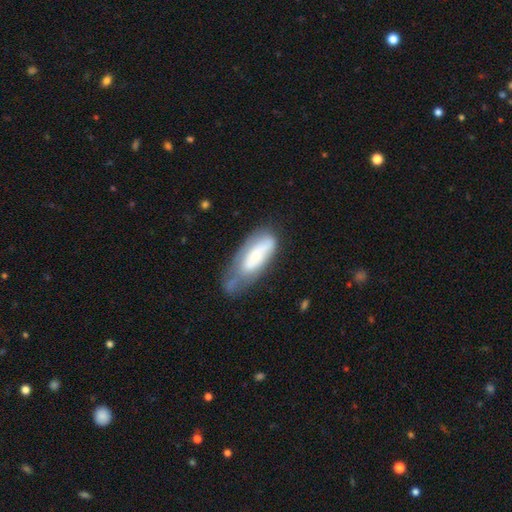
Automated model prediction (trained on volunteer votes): This appears to be a featured or disk galaxy (51%). Merging: none (35%).